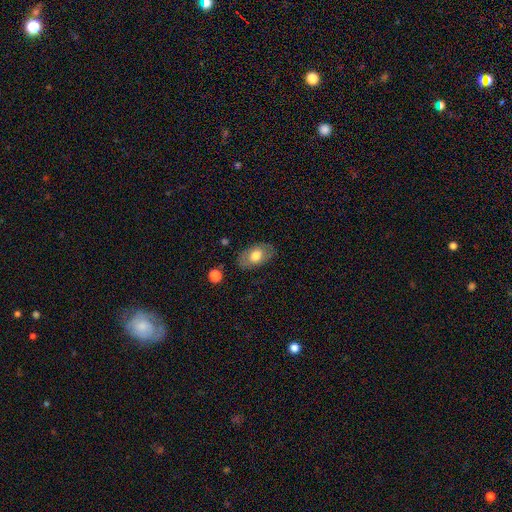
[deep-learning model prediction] This is likely a smooth galaxy (67%). How rounded: clearly in between (91%). Merging: clearly none (80%).